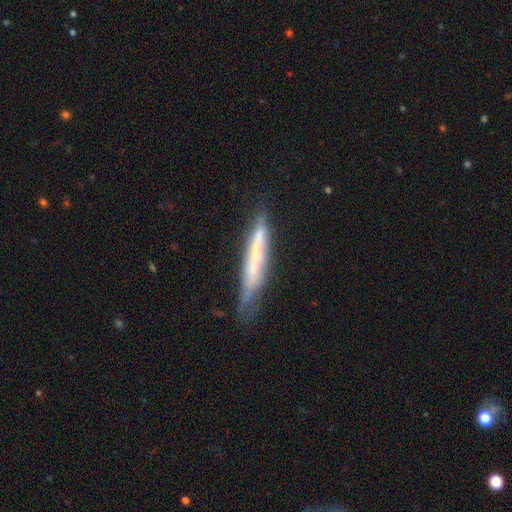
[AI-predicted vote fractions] Smooth or featured?
  - featured or disk: 51% *
  - smooth: 42%
  - star or artifact: 7%
Edge-on disk?
  - yes: 84% *
  - no: 16%
Merging?
  - none: 65% *
  - minor disturbance: 25%
  - major disturbance: 7%
  - merger: 3%